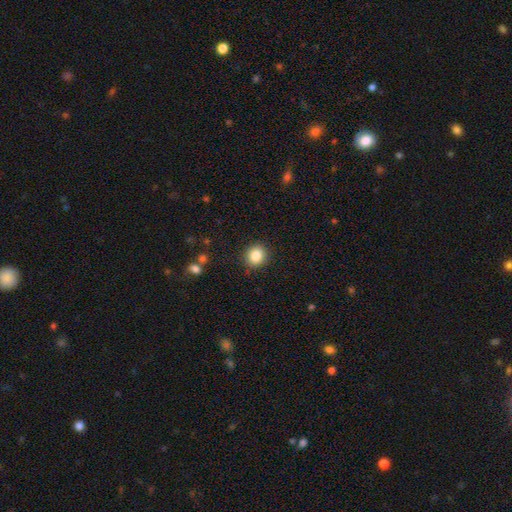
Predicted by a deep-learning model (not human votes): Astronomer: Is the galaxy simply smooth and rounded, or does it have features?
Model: smooth — 84%.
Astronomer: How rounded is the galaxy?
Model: round — 83%.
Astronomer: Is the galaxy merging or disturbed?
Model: none — 90%.